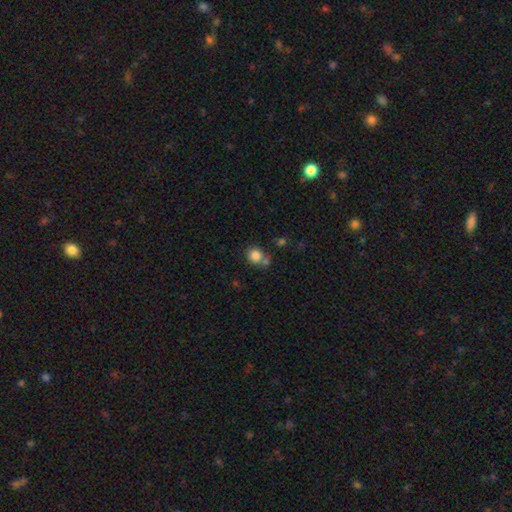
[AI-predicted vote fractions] Smooth or featured?
  - smooth: 83% *
  - star or artifact: 10%
  - featured or disk: 7%
How rounded?
  - round: 79% *
  - in between: 20%
  - cigar-shaped: 1%
Merging?
  - none: 58% *
  - merger: 23%
  - minor disturbance: 14%
  - major disturbance: 5%